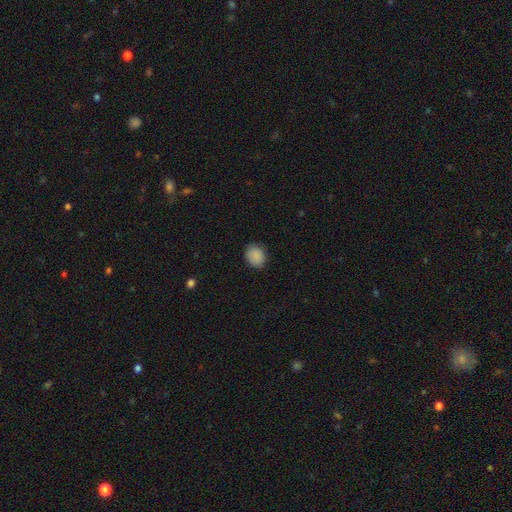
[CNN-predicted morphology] The model was most divided on "how rounded": round: 56%, in between: 43%, cigar-shaped: 1%. More confident: smooth or featured — smooth (88%); merging — none (84%).